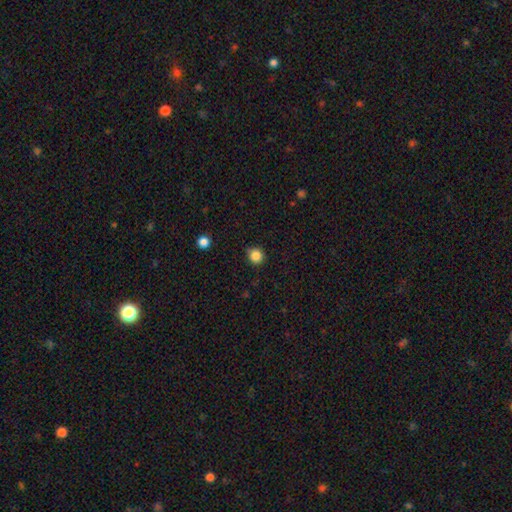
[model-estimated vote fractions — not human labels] Morphology: type=smooth (85%); roundness=round (88%); merging=none (85%).